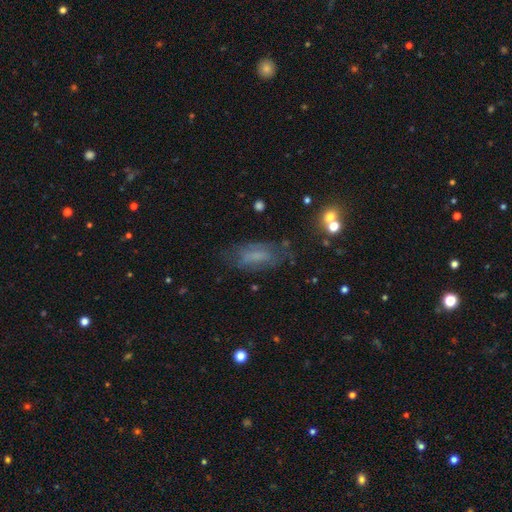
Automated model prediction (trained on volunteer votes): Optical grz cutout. It shows a smooth galaxy with no disk features (51%) that is in between round and cigar-shaped (77%). Merging: none (63%).